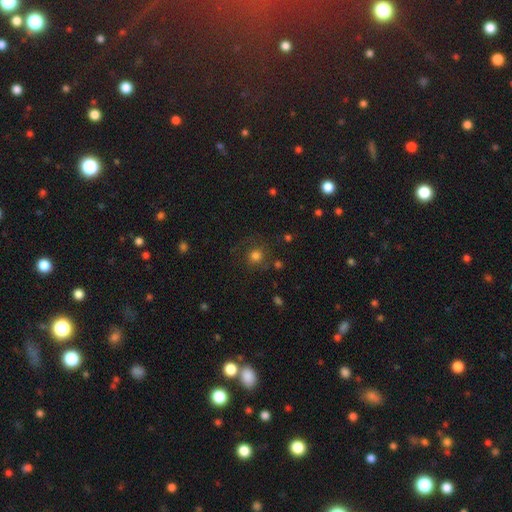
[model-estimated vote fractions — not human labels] This appears to be a smooth galaxy with no disk features (72%) that is round (90%). Merging: none (74%).